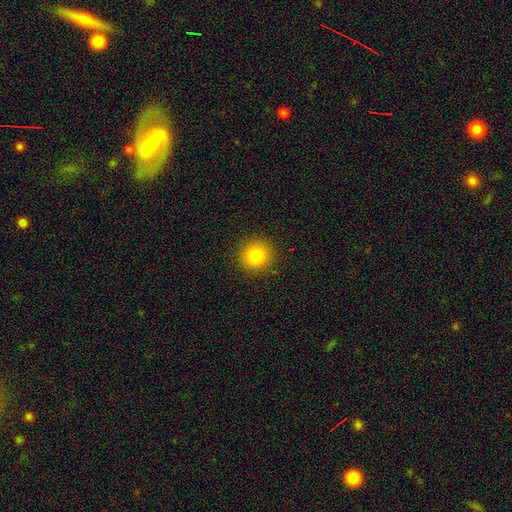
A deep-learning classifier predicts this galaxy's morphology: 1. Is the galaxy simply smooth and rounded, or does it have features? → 82% smooth, 12% star or artifact, 6% featured or disk.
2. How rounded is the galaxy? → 94% round, 5% in between, 1% cigar-shaped.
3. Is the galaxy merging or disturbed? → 91% none, 6% minor disturbance, 2% major disturbance, 1% merger.